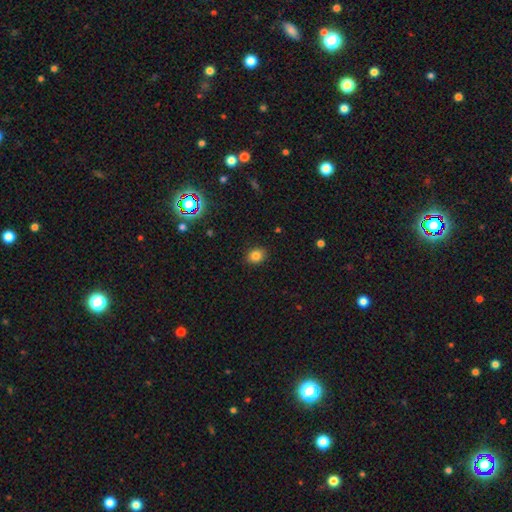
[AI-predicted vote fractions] smooth-or-featured: smooth: 81% | star or artifact: 13% | featured or disk: 6%
  how-rounded: round: 59% | in between: 40% | cigar-shaped: 1%
  merging: none: 89% | minor disturbance: 8% | major disturbance: 2% | merger: 1%